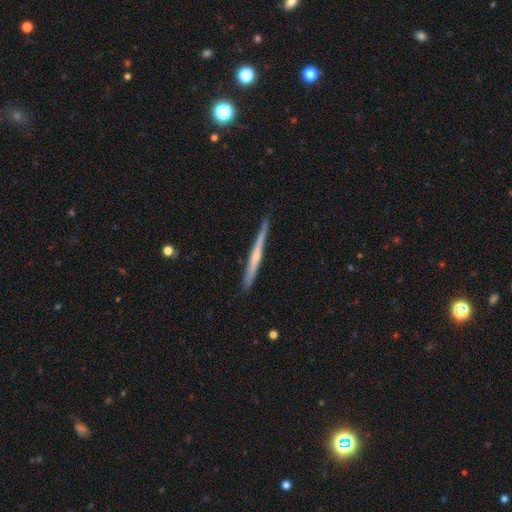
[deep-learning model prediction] Q: Smooth or featured?
A: featured or disk (66%); runner-up: smooth (29%)
Q: Edge-on disk?
A: yes (98%); runner-up: no (2%)
Q: Edge-on bulge?
A: none (50%); runner-up: rounded (44%)
Q: Merging?
A: none (88%); runner-up: minor disturbance (9%)